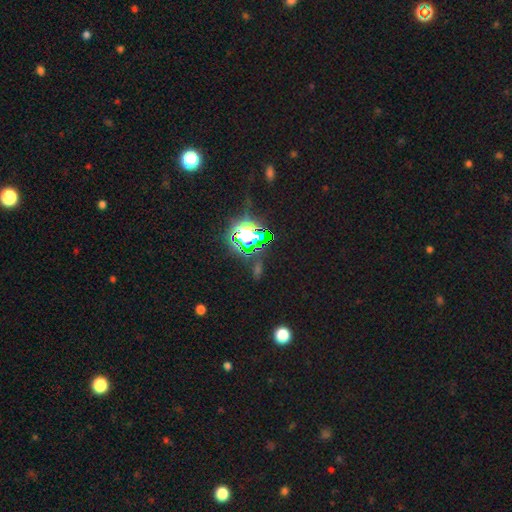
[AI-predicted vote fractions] A star or artifact, not a galaxy (80%).